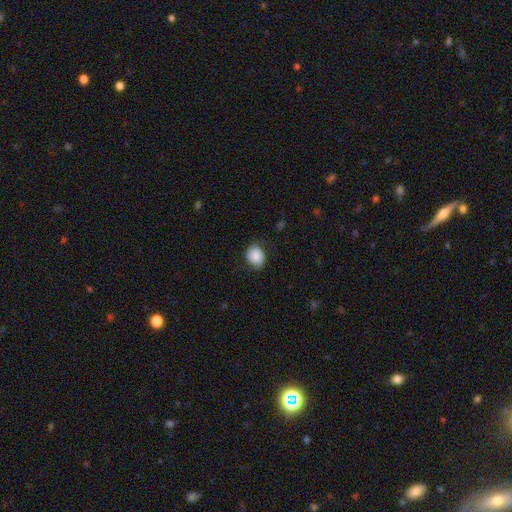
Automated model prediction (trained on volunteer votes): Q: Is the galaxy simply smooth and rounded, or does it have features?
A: smooth — 79%.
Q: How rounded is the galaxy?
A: round — 53%.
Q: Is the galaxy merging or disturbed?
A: none — 76%.